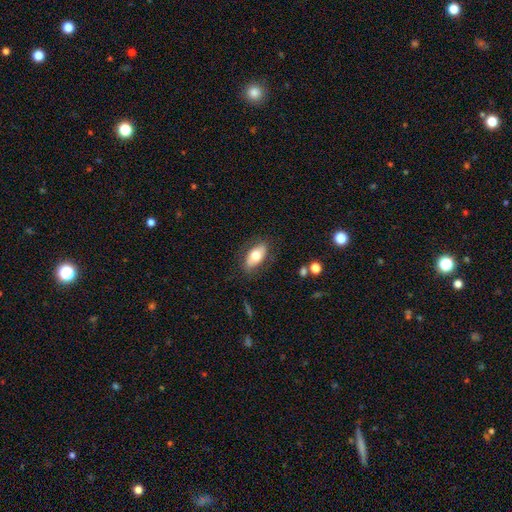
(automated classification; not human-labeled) Smooth or featured? Predicted: smooth (p=0.67). How rounded? Predicted: in between (p=0.89). Merging? Predicted: none (p=0.80).